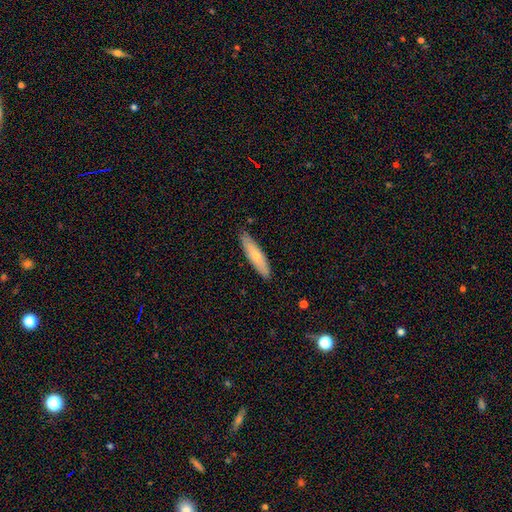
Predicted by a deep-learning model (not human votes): Smooth or featured? Predicted: smooth (p=0.65). How rounded? Predicted: cigar-shaped (p=0.76). Merging? Predicted: none (p=0.86).